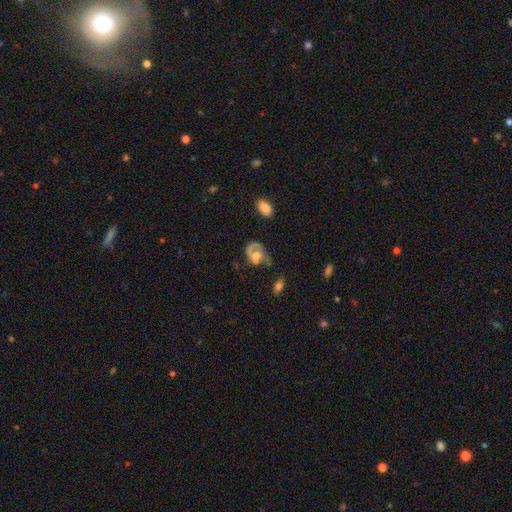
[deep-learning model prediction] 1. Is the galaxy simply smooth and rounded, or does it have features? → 63% featured or disk, 29% smooth, 8% star or artifact.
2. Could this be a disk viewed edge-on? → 97% no, 3% yes.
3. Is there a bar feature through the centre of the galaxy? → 73% no, 23% weak, 4% strong.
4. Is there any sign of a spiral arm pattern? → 77% yes, 23% no.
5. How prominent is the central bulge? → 48% moderate, 20% small, 18% large, 11% none, 3% dominant.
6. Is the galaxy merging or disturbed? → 37% major disturbance, 34% none, 22% minor disturbance, 7% merger.